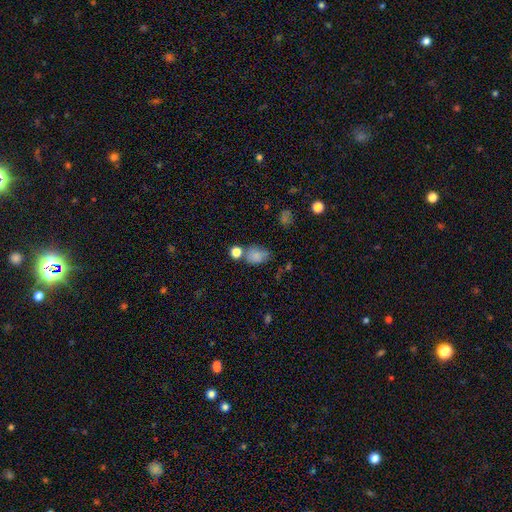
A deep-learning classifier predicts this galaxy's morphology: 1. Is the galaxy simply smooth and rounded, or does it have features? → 79% smooth, 12% star or artifact, 9% featured or disk.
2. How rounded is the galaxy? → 71% in between, 28% round, 2% cigar-shaped.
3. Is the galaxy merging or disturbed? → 53% none, 21% minor disturbance, 19% merger, 8% major disturbance.